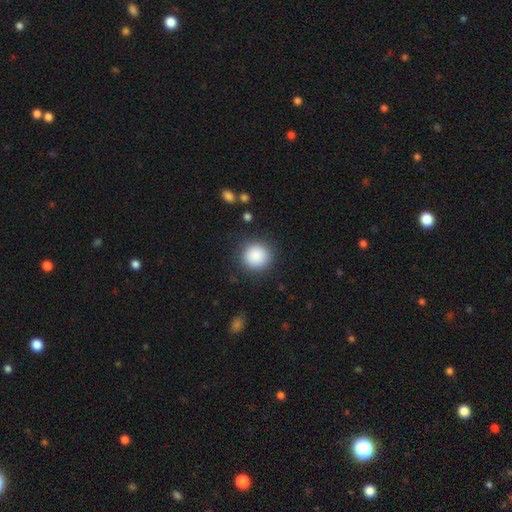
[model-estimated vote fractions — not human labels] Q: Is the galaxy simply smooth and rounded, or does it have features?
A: smooth — 88%.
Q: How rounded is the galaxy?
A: round — 92%.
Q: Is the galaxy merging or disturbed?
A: none — 88%.